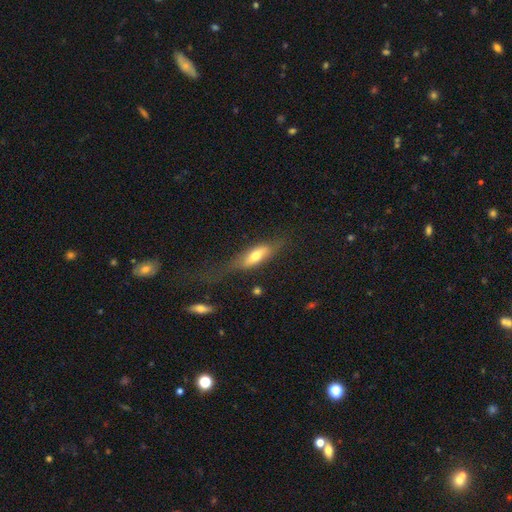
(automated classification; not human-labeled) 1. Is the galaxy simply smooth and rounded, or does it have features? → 57% smooth, 36% featured or disk, 6% star or artifact.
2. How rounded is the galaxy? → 55% in between, 42% cigar-shaped, 3% round.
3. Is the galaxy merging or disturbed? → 43% none, 29% major disturbance, 24% minor disturbance, 4% merger.